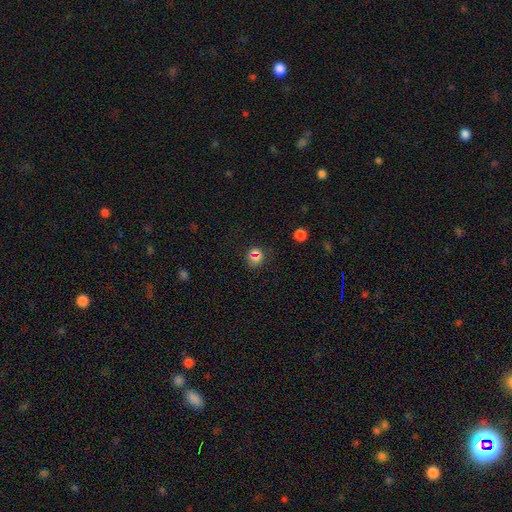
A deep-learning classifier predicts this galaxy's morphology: This is possibly a smooth galaxy (59%). How rounded: clearly round (85%). Merging: clearly none (80%).